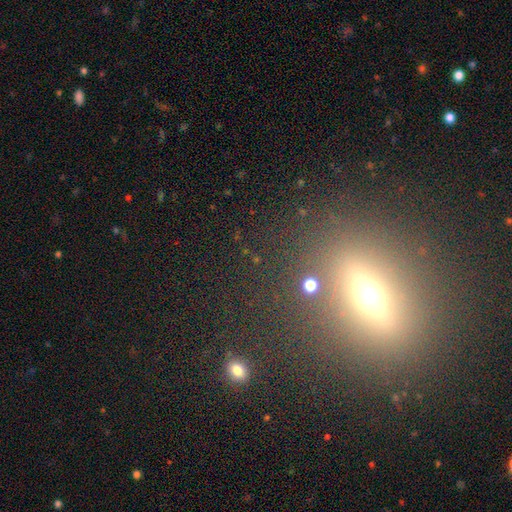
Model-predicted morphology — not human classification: Q: Smooth or featured?
A: featured or disk (52%); runner-up: smooth (25%)
Q: Edge-on disk?
A: yes (79%); runner-up: no (21%)
Q: Merging?
A: none (85%); runner-up: minor disturbance (8%)